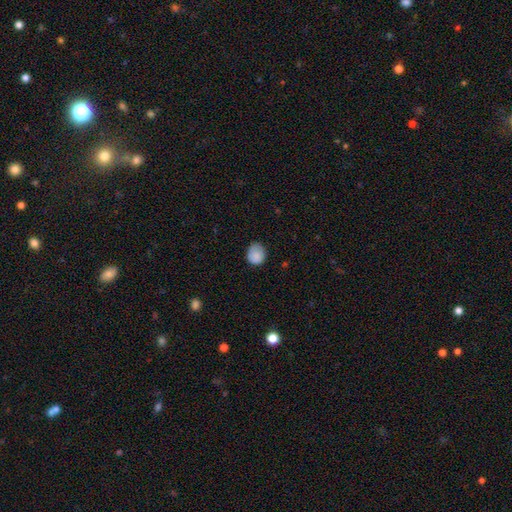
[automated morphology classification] Overall: smooth (86%). How rounded: round (71%). Merging: none (68%).